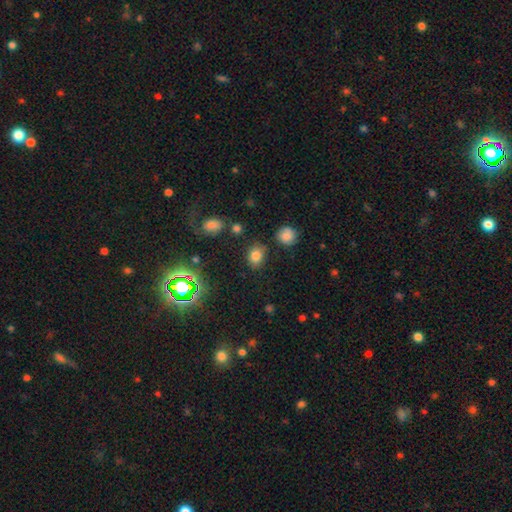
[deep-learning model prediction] smooth_or_featured: smooth (p=0.78) [alt: star or artifact p=0.15]
how_rounded: in between (p=0.61) [alt: round p=0.38]
merging: none (p=0.80) [alt: minor disturbance p=0.13]